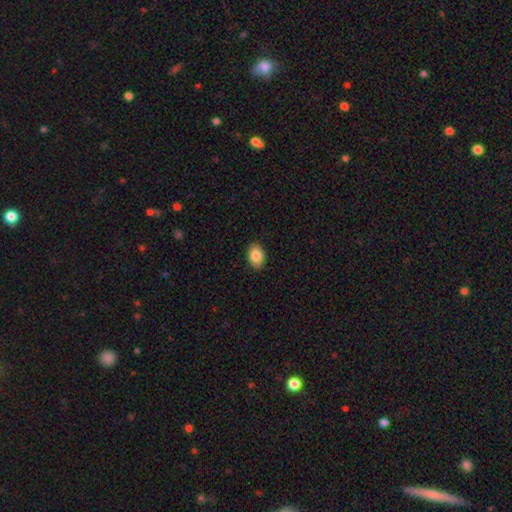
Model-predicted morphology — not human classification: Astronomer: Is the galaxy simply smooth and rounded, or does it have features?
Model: smooth — 85%.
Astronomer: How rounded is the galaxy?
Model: in between — 81%.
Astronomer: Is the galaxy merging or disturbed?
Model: none — 89%.